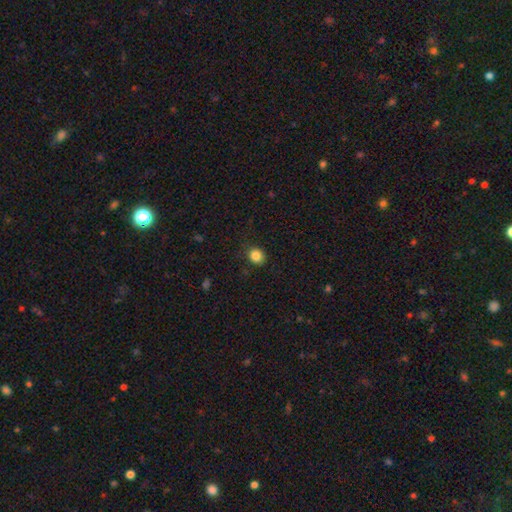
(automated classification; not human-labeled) Q: Smooth or featured?
A: smooth (85%); runner-up: star or artifact (11%)
Q: How rounded?
A: round (75%); runner-up: in between (24%)
Q: Merging?
A: none (85%); runner-up: minor disturbance (11%)